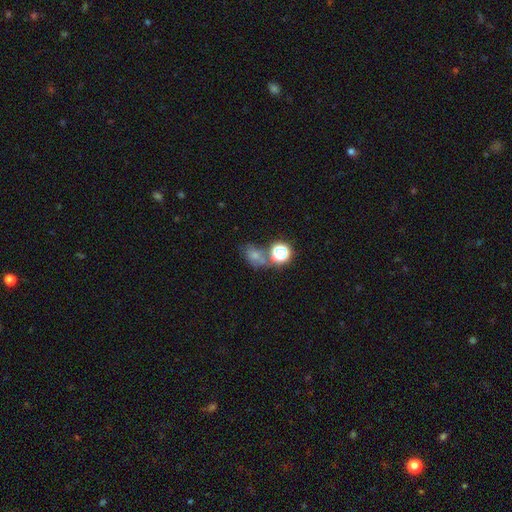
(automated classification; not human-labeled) Smooth or featured: smooth — 60% (star or artifact — 25%)
How rounded: in between — 54% (round — 44%)
Merging: none — 46% (merger — 27%)